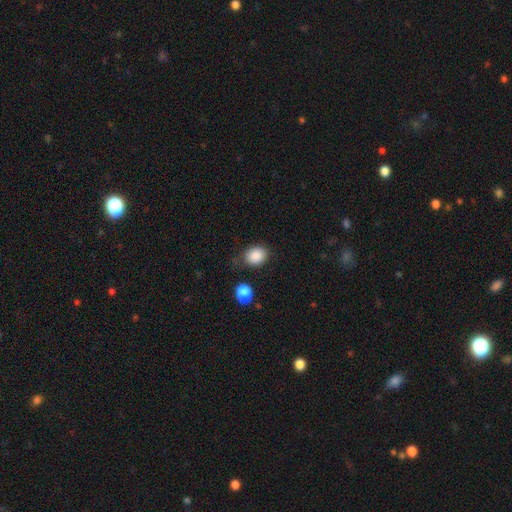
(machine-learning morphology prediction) This appears to be a smooth galaxy with no disk features (87%) that is in between round and cigar-shaped (50%). Merging: none (74%).